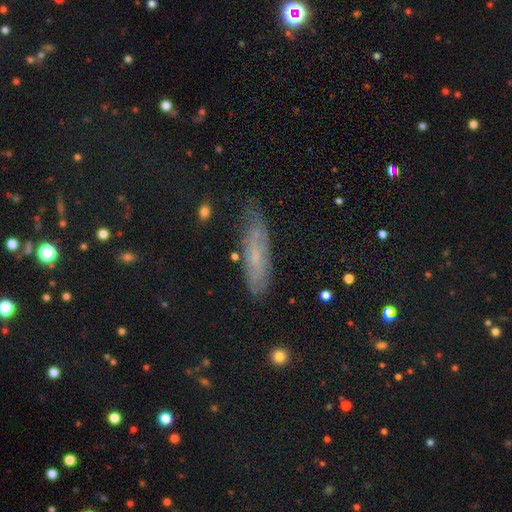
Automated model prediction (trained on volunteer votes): This appears to be a featured or disk galaxy (45%). Merging: none (77%).